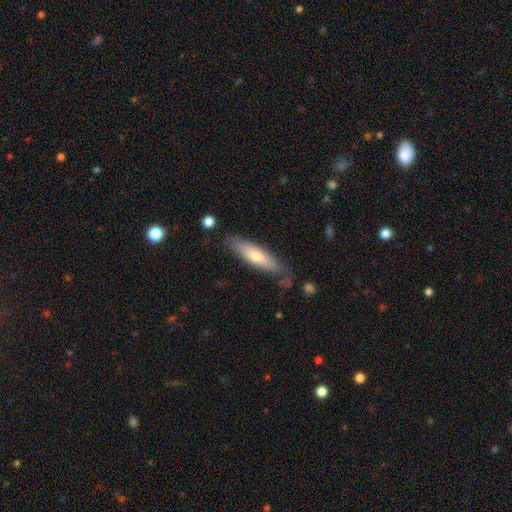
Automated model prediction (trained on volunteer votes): smooth_or_featured: smooth (p=0.65) [alt: featured or disk p=0.29]
how_rounded: cigar-shaped (p=0.68) [alt: in between p=0.30]
merging: none (p=0.75) [alt: minor disturbance p=0.18]